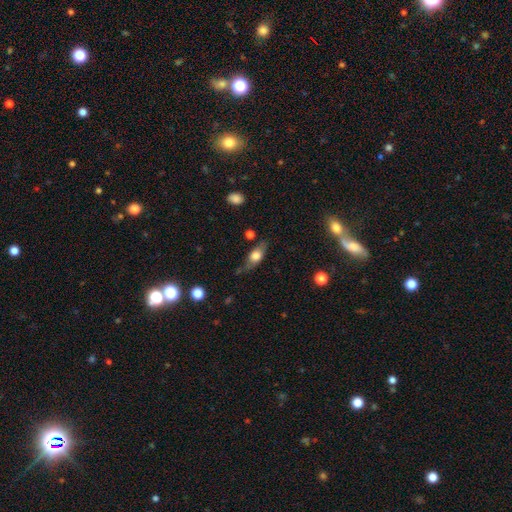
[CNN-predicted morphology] Smooth or featured: smooth — 62% (featured or disk — 30%)
How rounded: in between — 75% (cigar-shaped — 17%)
Merging: none — 62% (minor disturbance — 26%)